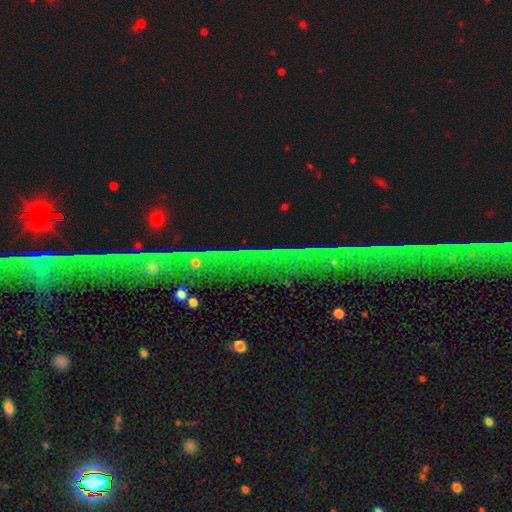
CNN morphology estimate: Smooth or featured?
  - star or artifact: 71% *
  - featured or disk: 17%
  - smooth: 13%